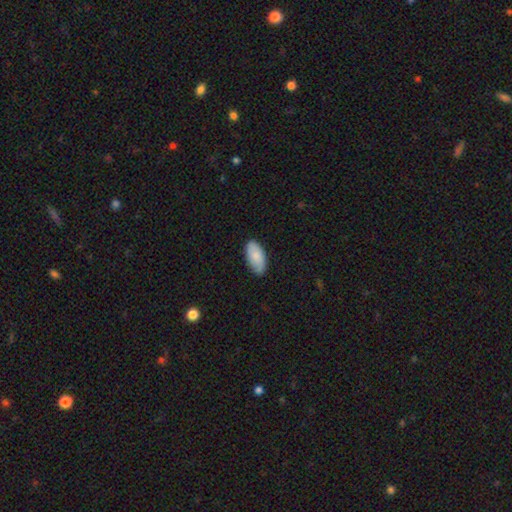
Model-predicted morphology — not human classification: type=smooth (82%); roundness=in between (95%); merging=none (80%).